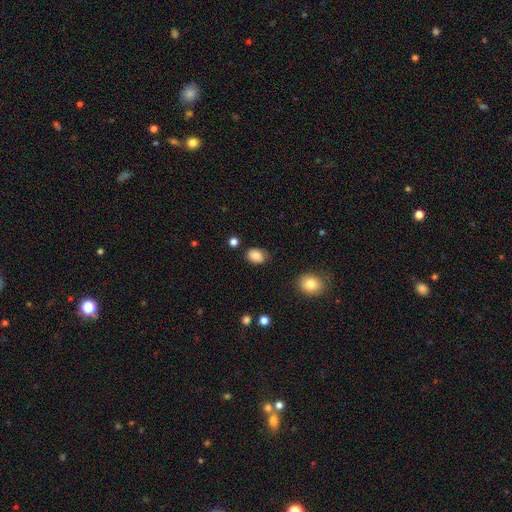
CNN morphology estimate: Smooth or featured?
  - smooth: 85% *
  - star or artifact: 9%
  - featured or disk: 6%
How rounded?
  - in between: 72% *
  - round: 27%
  - cigar-shaped: 1%
Merging?
  - none: 77% *
  - minor disturbance: 18%
  - major disturbance: 4%
  - merger: 2%